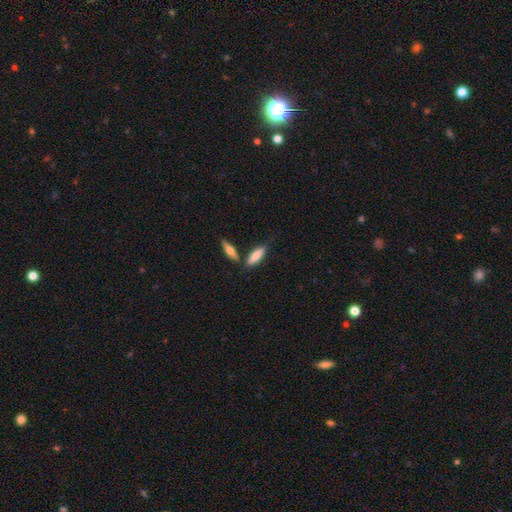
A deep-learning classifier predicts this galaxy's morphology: A smooth galaxy with no disk features (78%) that is cigar-shaped (52%).

Vote fractions:
- Smooth or featured? smooth: 78% / featured or disk: 17% / star or artifact: 6%
- How rounded? cigar-shaped: 52% / in between: 46% / round: 2%
- Merging? none: 67% / minor disturbance: 15% / merger: 14% / major disturbance: 4%